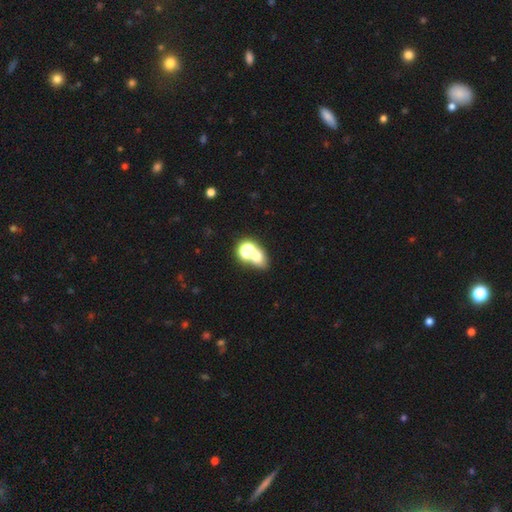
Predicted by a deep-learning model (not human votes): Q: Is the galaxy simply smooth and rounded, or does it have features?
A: smooth — 59%.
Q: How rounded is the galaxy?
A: in between — 51%.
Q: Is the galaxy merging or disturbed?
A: none — 44%.